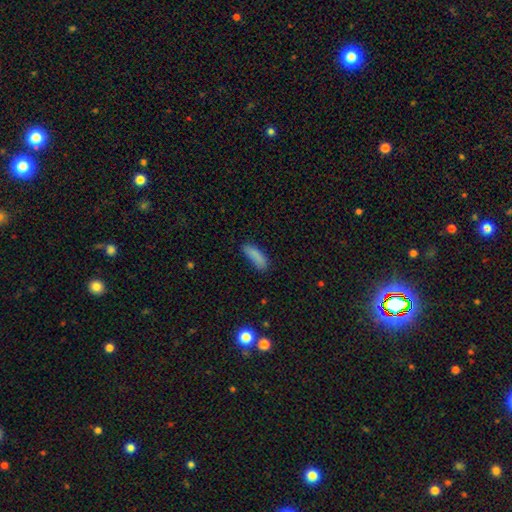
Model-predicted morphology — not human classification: smooth_or_featured: smooth (p=0.86) [alt: star or artifact p=0.08]
how_rounded: in between (p=0.51) [alt: cigar-shaped p=0.47]
merging: none (p=0.68) [alt: minor disturbance p=0.23]